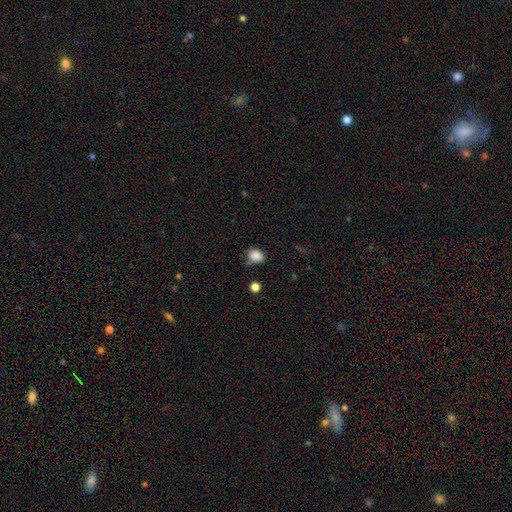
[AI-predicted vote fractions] This is clearly a smooth galaxy (86%). How rounded: possibly in between (54%). Merging: likely none (66%).